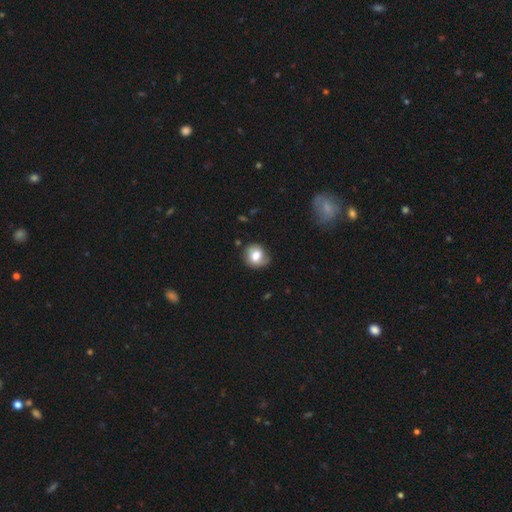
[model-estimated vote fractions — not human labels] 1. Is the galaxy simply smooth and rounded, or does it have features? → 71% smooth, 20% featured or disk, 8% star or artifact.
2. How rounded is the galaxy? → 75% round, 25% in between, 1% cigar-shaped.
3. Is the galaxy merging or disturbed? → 67% none, 24% minor disturbance, 6% major disturbance, 2% merger.